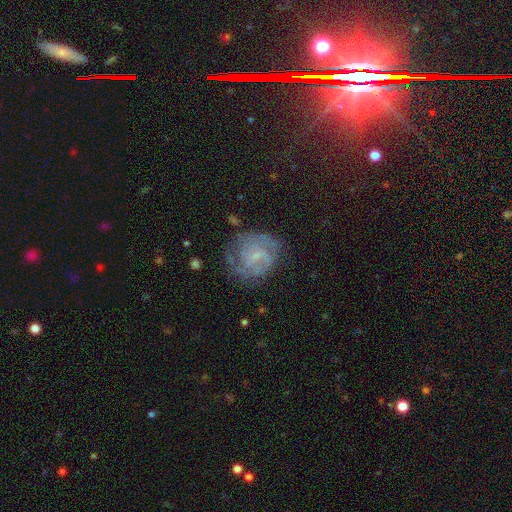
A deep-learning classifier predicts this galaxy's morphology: Smooth or featured? featured or disk (72%)
Edge-on disk? no (98%)
Bar? weak (49%)
Spiral arms? yes (88%)
Spiral winding? tight (47%)
Spiral arm count? 2 (43%)
Bulge size? small (60%)
Merging? none (68%)